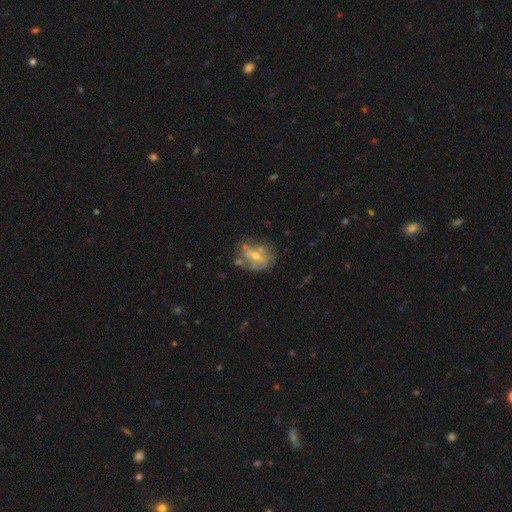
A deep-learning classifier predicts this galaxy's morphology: Overall: featured or disk (56%; smooth 30%). Edge-on disk: no (92%). Bar: no (45%; weak 38%). Spiral arms: no (59%; yes 41%). Bulge size: small (58%; moderate 35%). Merging: none (56%; minor disturbance 22%).